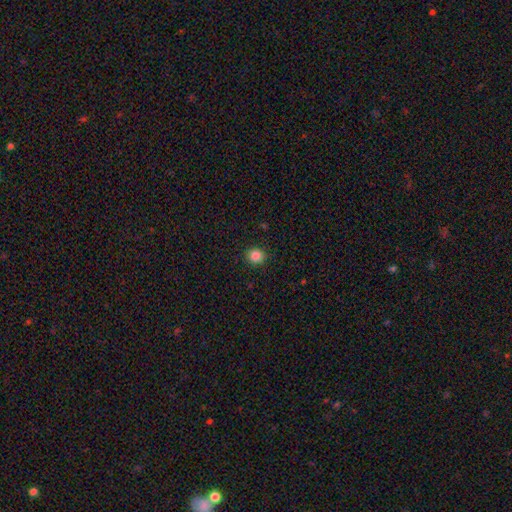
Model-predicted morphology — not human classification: A smooth galaxy with no disk features (86%) that is round (85%).

Vote fractions:
- Smooth or featured? smooth: 86% / star or artifact: 11% / featured or disk: 4%
- How rounded? round: 85% / in between: 14% / cigar-shaped: 1%
- Merging? none: 91% / minor disturbance: 6% / major disturbance: 2% / merger: 1%